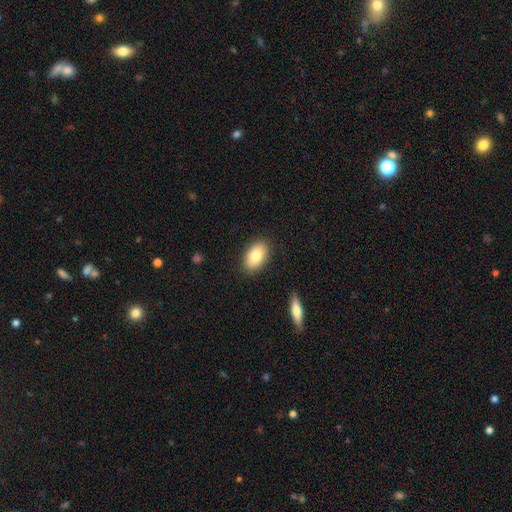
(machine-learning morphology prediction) Smooth or featured: smooth — 82% (featured or disk — 11%)
How rounded: in between — 92% (round — 7%)
Merging: none — 87% (minor disturbance — 9%)